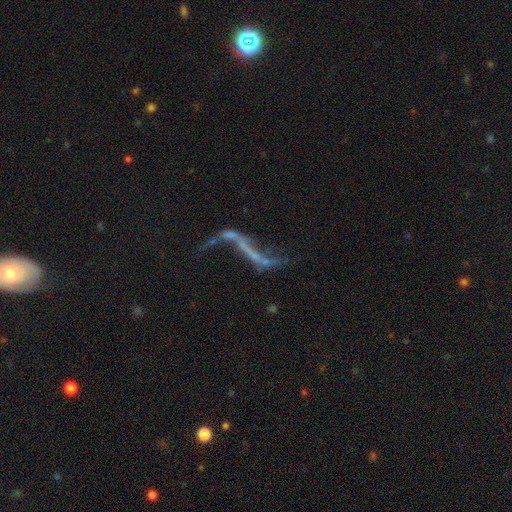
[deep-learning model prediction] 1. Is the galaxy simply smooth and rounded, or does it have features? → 73% featured or disk, 14% star or artifact, 12% smooth.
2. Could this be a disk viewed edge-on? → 85% no, 15% yes.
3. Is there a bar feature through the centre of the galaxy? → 48% no, 32% strong, 20% weak.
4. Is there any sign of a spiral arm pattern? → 54% yes, 46% no.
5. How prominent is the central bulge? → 72% none, 21% small, 5% moderate, 1% large, 1% dominant.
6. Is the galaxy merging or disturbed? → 33% major disturbance, 31% none, 21% merger, 14% minor disturbance.